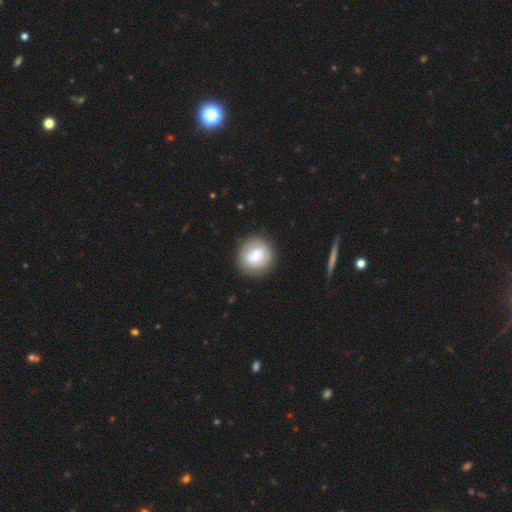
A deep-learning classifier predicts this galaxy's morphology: Smooth or featured: smooth — 61% (featured or disk — 32%)
How rounded: round — 87% (in between — 12%)
Merging: none — 80% (minor disturbance — 13%)